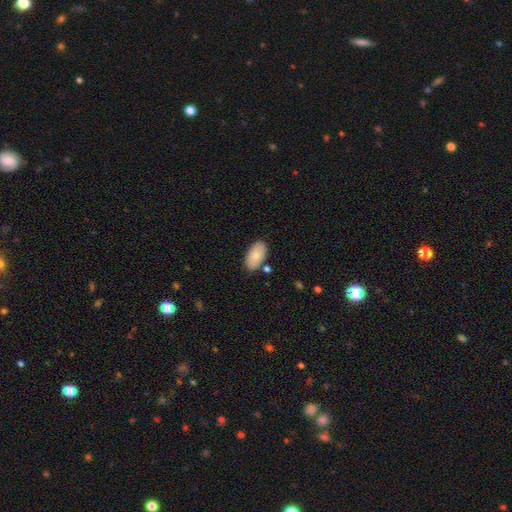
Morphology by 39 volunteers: Smooth or featured?
  - smooth: 87% *
  - featured or disk: 10%
  - star or artifact: 3%
How rounded?
  - in between: 94% *
  - round: 3%
  - cigar-shaped: 3%
Merging?
  - none: 66% *
  - minor disturbance: 26%
  - merger: 8%
  - major disturbance: 0%